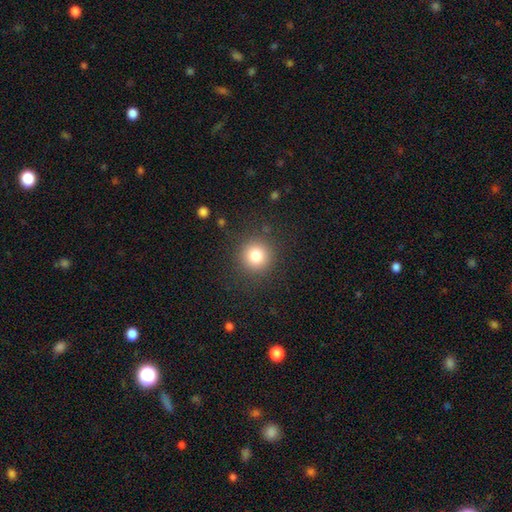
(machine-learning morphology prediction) Smooth or featured? Predicted: smooth (p=0.80). How rounded? Predicted: round (p=0.94). Merging? Predicted: none (p=0.89).